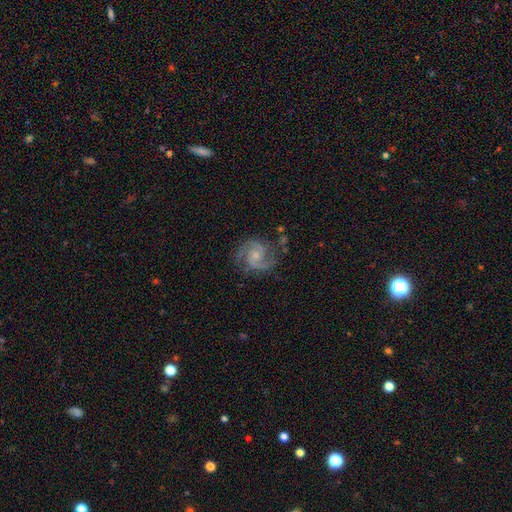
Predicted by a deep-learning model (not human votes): A featured or disk galaxy (91%) with no bar (62%), 2 (91%) medium (57%) spiral arms (98%) and a small central bulge (57%).

Vote fractions:
- Smooth or featured? featured or disk: 91% / star or artifact: 5% / smooth: 4%
- Edge-on disk? no: 98% / yes: 2%
- Bar? no: 62% / weak: 32% / strong: 6%
- Spiral arms? yes: 98% / no: 2%
- Spiral winding? medium: 57% / tight: 33% / loose: 10%
- Spiral arm count? 2: 91% / 3: 3% / can't tell: 2% / 1: 1% / 4: 1% / more than 4: 1%
- Bulge size? small: 57% / moderate: 30% / none: 10% / large: 2% / dominant: 1%
- Merging? none: 77% / minor disturbance: 16% / major disturbance: 5% / merger: 2%